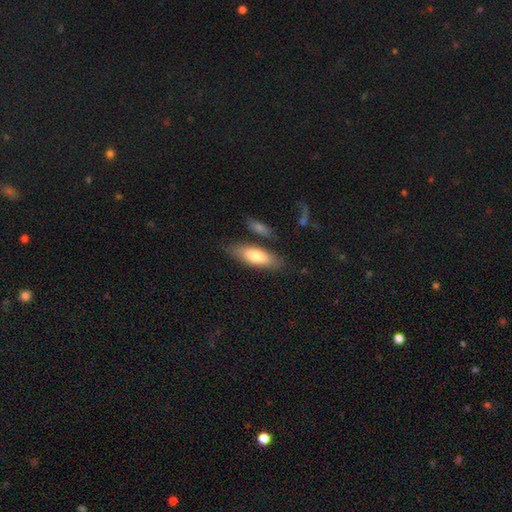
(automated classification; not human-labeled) Smooth or featured? smooth (74%)
How rounded? in between (66%)
Merging? none (74%)